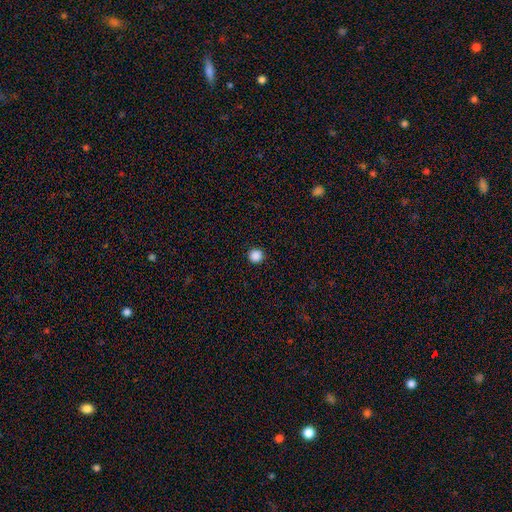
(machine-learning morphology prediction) Overall: smooth (87%). How rounded: round (96%). Merging: none (94%).